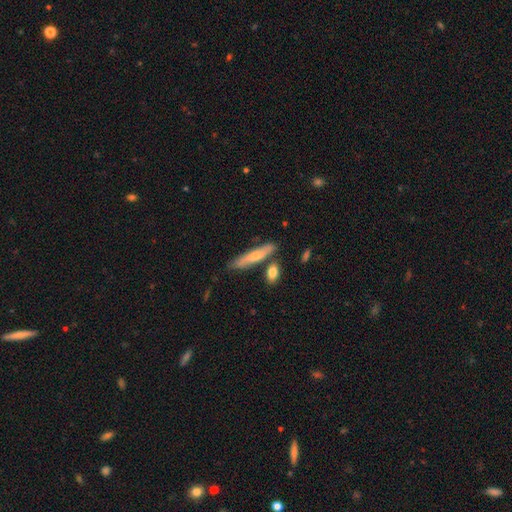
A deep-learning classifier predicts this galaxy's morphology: Overall: smooth (58%; featured or disk 35%). How rounded: cigar-shaped (89%). Merging: none (74%).